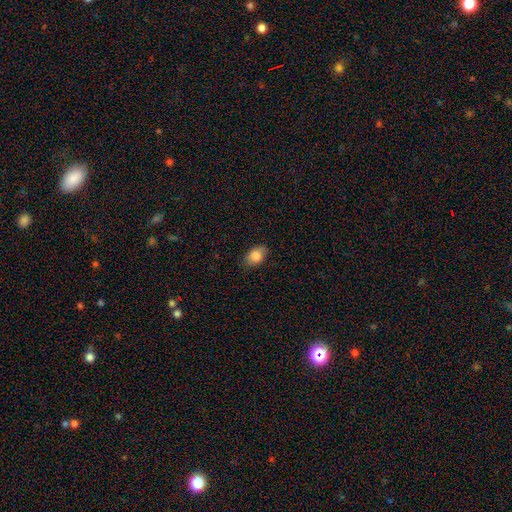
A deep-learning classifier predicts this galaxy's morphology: Smooth or featured? smooth (85%)
How rounded? in between (81%)
Merging? none (79%)